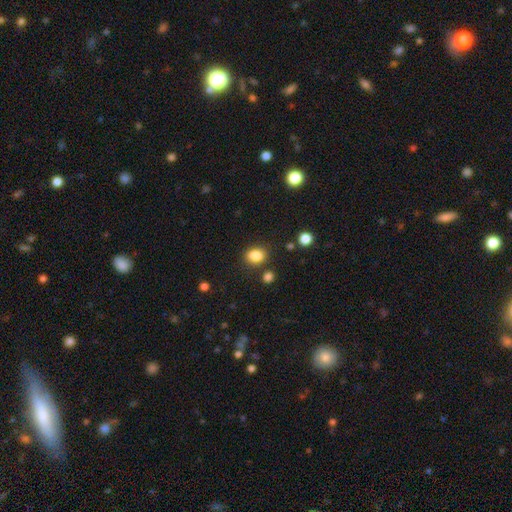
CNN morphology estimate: Q: Smooth or featured?
A: smooth (85%); runner-up: star or artifact (10%)
Q: How rounded?
A: round (50%); runner-up: in between (49%)
Q: Merging?
A: none (81%); runner-up: minor disturbance (10%)